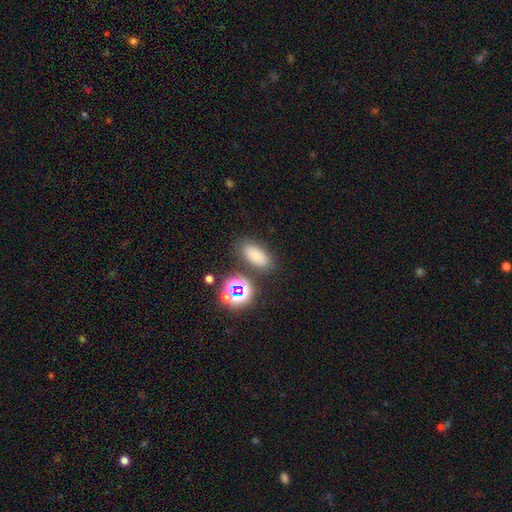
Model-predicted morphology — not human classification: Smooth or featured? Predicted: smooth (p=0.73). How rounded? Predicted: in between (p=0.84). Merging? Predicted: none (p=0.81).